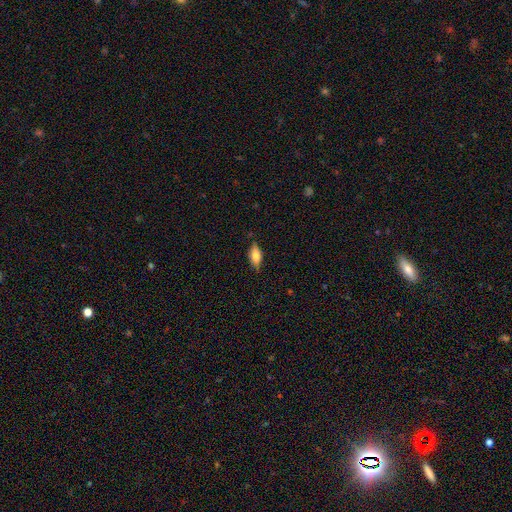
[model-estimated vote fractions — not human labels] This is likely a smooth galaxy (62%). How rounded: likely in between (75%). Merging: clearly none (80%).